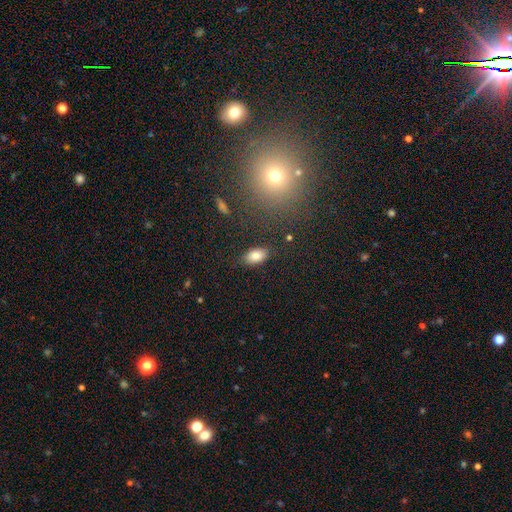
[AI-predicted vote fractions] A smooth galaxy with no disk features (82%) that is in between round and cigar-shaped (91%). Merging: none (83%).